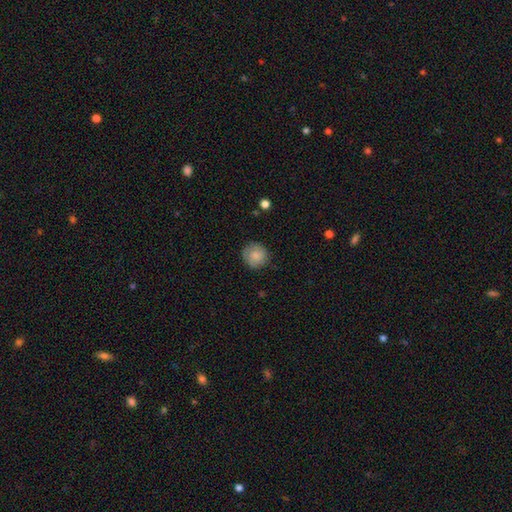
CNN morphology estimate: The model was most divided on "merging": none: 82%, minor disturbance: 14%, major disturbance: 3%, merger: 1%. More confident: how rounded — round (91%); smooth or featured — smooth (82%).